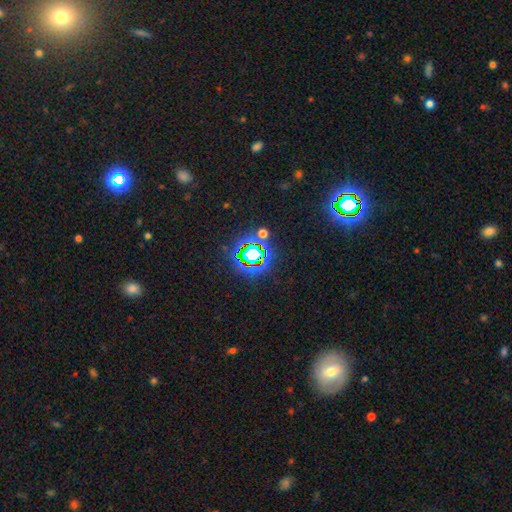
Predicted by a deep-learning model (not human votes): Smooth or featured: star or artifact — 75% (smooth — 16%)